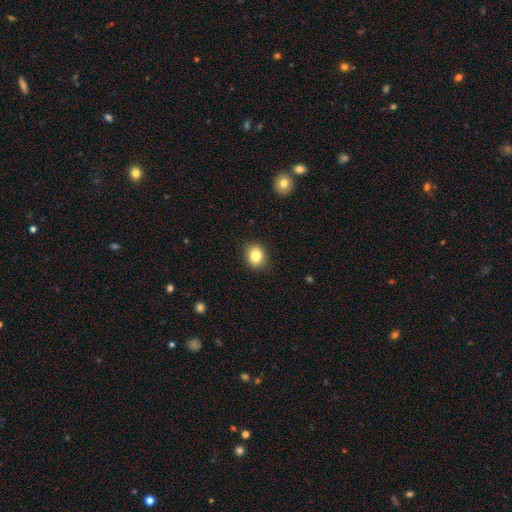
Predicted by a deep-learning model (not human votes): Overall: smooth (83%). How rounded: round (61%; in between 38%). Merging: none (88%).